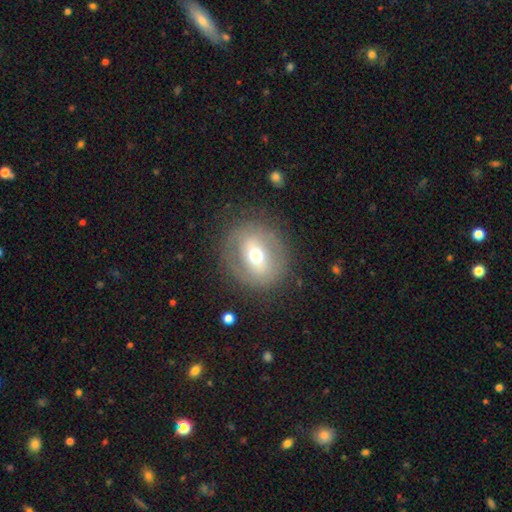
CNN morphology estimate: This is possibly a smooth galaxy (47%). Merging: likely none (79%).